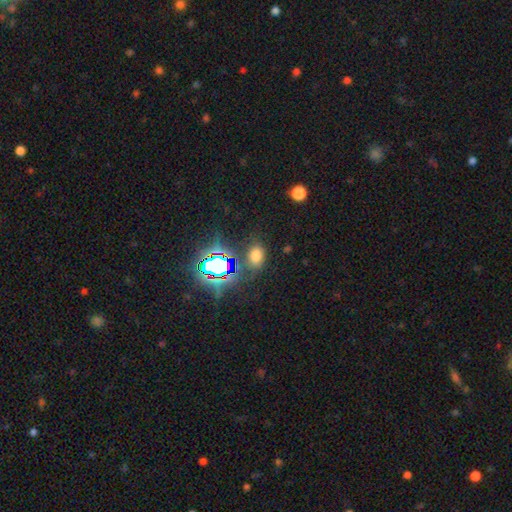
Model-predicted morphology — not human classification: Smooth or featured? smooth (60%)
How rounded? in between (81%)
Merging? none (79%)